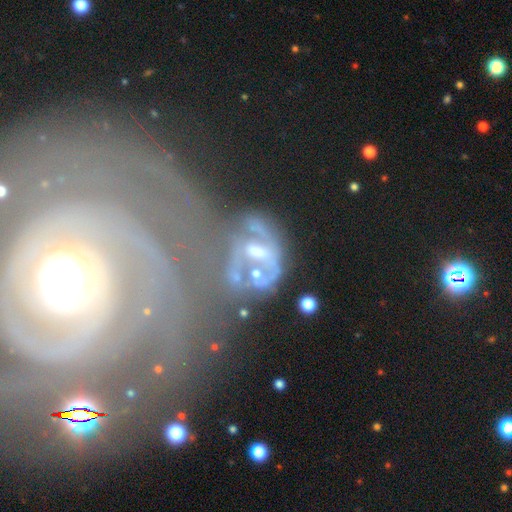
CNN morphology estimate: Overall: featured or disk (74%). Edge-on disk: no (95%). Bar: no (36%; weak 34%). Spiral arms: yes (73%). Spiral arm count: 2 (43%; can't tell 30%). Spiral winding: tight (44%; medium 35%). Bulge size: small (44%; moderate 40%). Merging: merger (37%; none 26%).